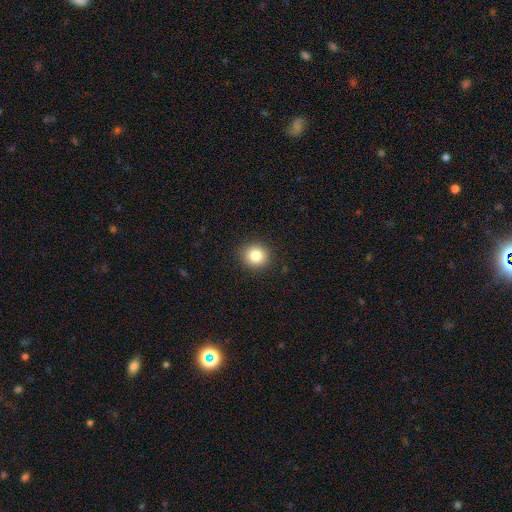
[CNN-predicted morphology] This appears to be a smooth galaxy with no disk features (83%) that is round (88%). Merging: none (91%).